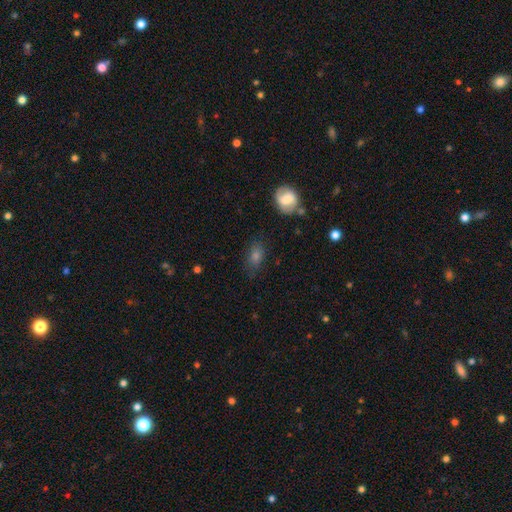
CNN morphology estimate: Smooth or featured? smooth (68%)
How rounded? in between (76%)
Merging? none (75%)